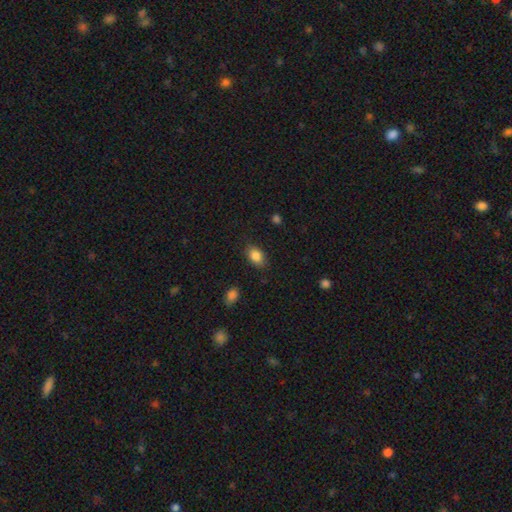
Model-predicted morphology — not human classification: The model was most divided on "merging": none: 83%, minor disturbance: 13%, major disturbance: 3%, merger: 1%. More confident: smooth or featured — smooth (86%); how rounded — in between (85%).